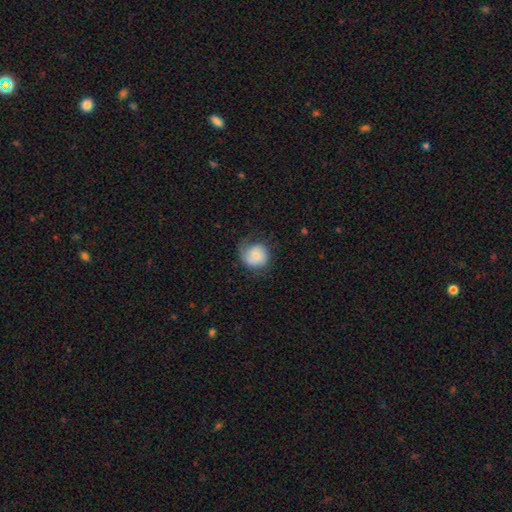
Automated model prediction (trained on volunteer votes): Smooth or featured: smooth — 59% (featured or disk — 33%)
How rounded: round — 83% (in between — 16%)
Merging: none — 56% (minor disturbance — 27%)